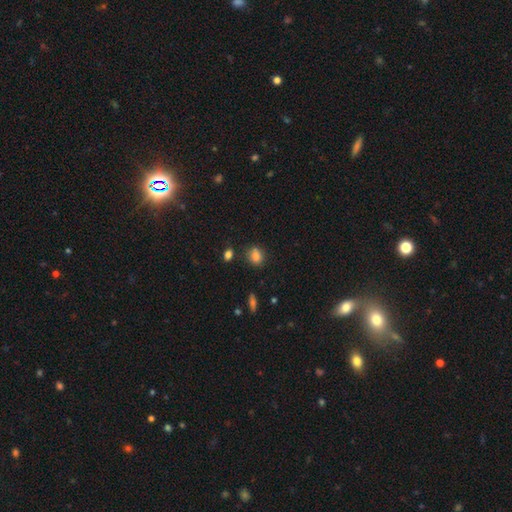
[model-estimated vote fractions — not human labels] smooth-or-featured: smooth: 83% | star or artifact: 10% | featured or disk: 6%
  how-rounded: in between: 51% | round: 47% | cigar-shaped: 2%
  merging: none: 78% | minor disturbance: 14% | merger: 5% | major disturbance: 3%